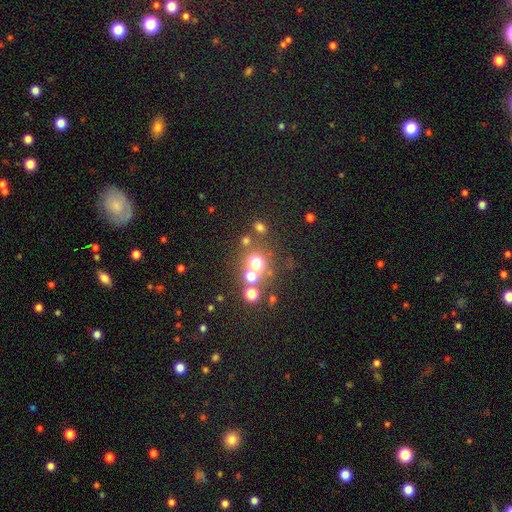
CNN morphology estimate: A star or artifact, not a galaxy (47%).